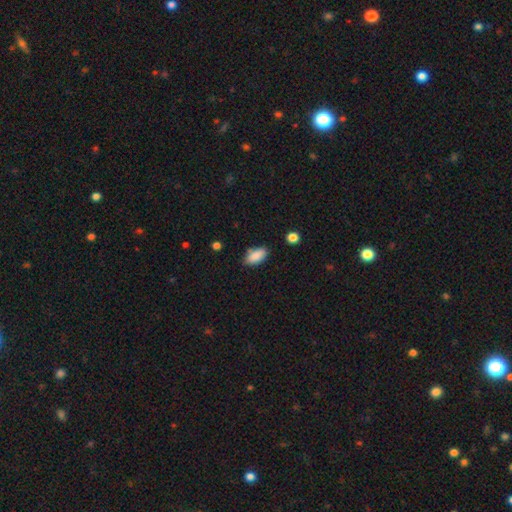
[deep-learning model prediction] smooth-or-featured: smooth: 87% | star or artifact: 7% | featured or disk: 6%
  how-rounded: in between: 91% | cigar-shaped: 6% | round: 3%
  merging: none: 76% | minor disturbance: 18% | merger: 3% | major disturbance: 3%